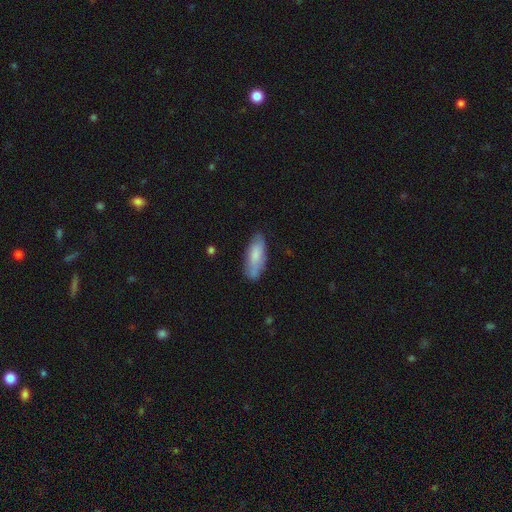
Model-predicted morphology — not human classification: type=smooth (78%); roundness=in between (68%); merging=none (75%).